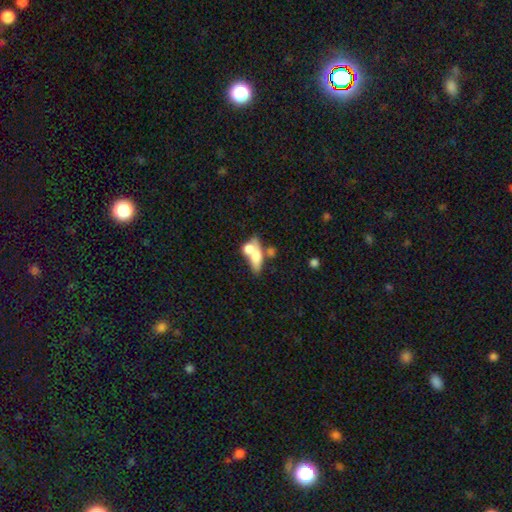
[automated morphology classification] This appears to be a smooth galaxy with no disk features (60%) that is in between round and cigar-shaped (68%). Merging: merger (63%).